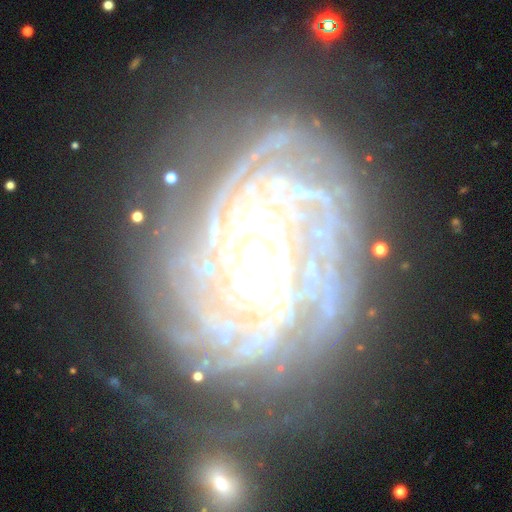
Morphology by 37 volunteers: type=featured or disk (100%); edge-on=no (97%); bar=no (53%); spiral arms=yes (100%); winding=tight (81%); arm count=can't tell (36%); bulge=moderate (64%); merging=none (46%).